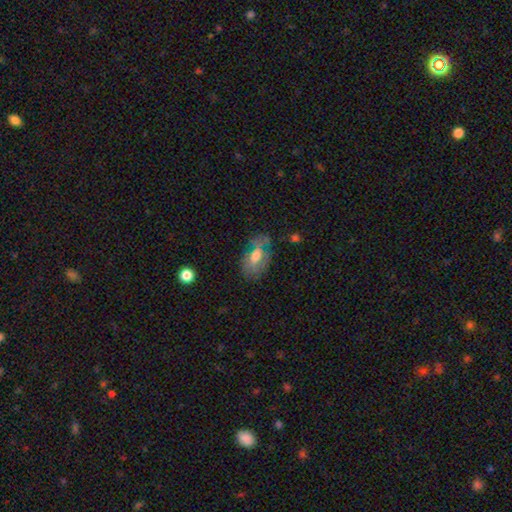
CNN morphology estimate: The model was most divided on "smooth or featured": smooth: 50%, featured or disk: 41%, star or artifact: 9%. More confident: how rounded — in between (88%); merging — none (54%).